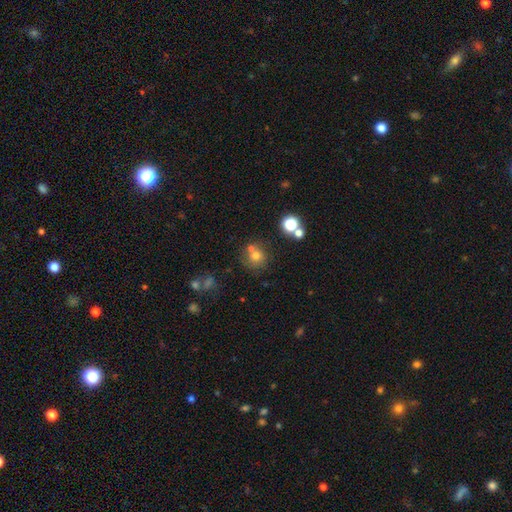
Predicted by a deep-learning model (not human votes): The model was most divided on "merging": none: 57%, merger: 28%, minor disturbance: 10%, major disturbance: 4%. More confident: how rounded — round (88%); smooth or featured — smooth (69%).